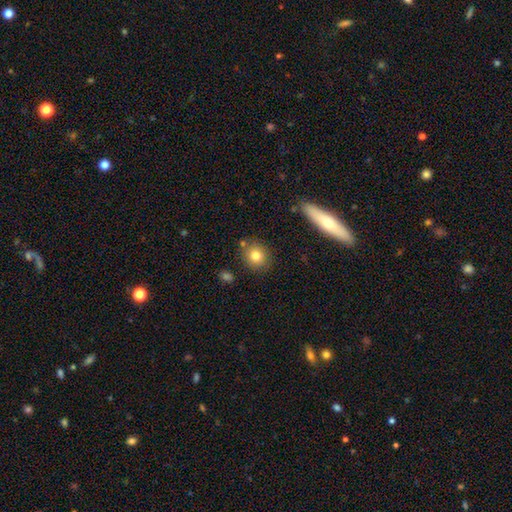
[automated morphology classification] Smooth or featured?
  - smooth: 81% *
  - star or artifact: 10%
  - featured or disk: 9%
How rounded?
  - round: 81% *
  - in between: 18%
  - cigar-shaped: 1%
Merging?
  - none: 81% *
  - minor disturbance: 10%
  - merger: 6%
  - major disturbance: 3%